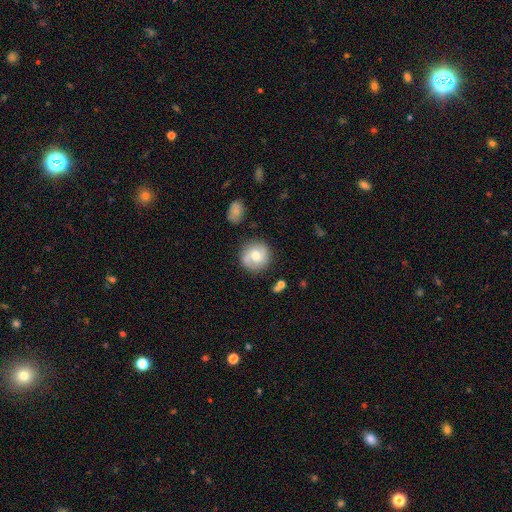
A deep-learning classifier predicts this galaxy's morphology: A featured or disk galaxy (46%, tied with smooth).

Vote fractions:
- Smooth or featured? featured or disk: 46% (tied) / smooth: 46% (tied) / star or artifact: 8%
- Merging? none: 77% / minor disturbance: 14% / merger: 4% / major disturbance: 4%